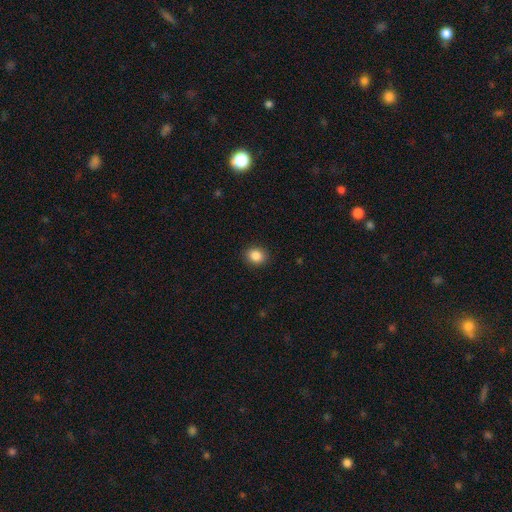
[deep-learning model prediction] A smooth galaxy with no disk features (86%) that is round (58%).

Vote fractions:
- Smooth or featured? smooth: 86% / star or artifact: 9% / featured or disk: 4%
- How rounded? round: 58% / in between: 41% / cigar-shaped: 1%
- Merging? none: 90% / minor disturbance: 7% / major disturbance: 2% / merger: 1%